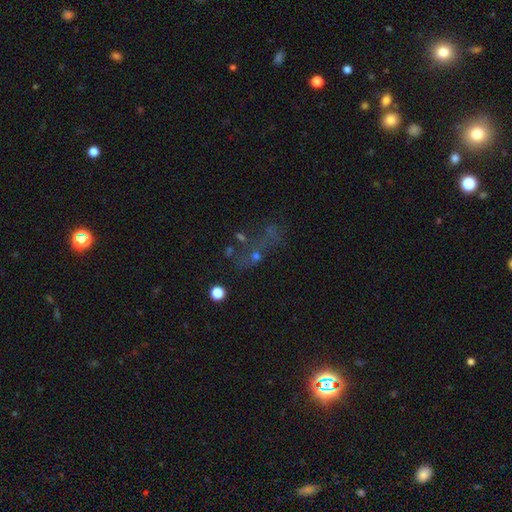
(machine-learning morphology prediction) star or artifact 51%, featured or disk 25%, smooth 24%.